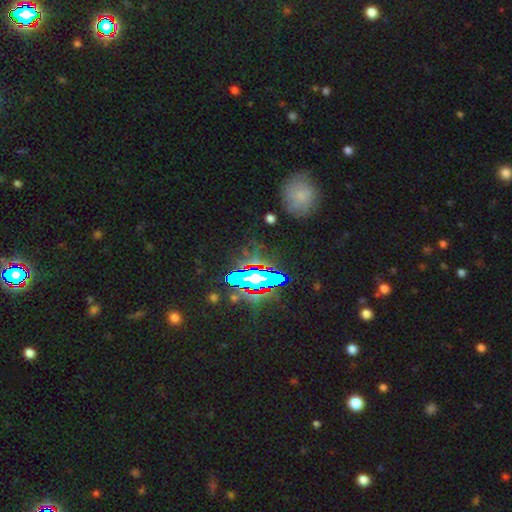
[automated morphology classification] smooth-or-featured: star or artifact: 78% | smooth: 14% | featured or disk: 9%